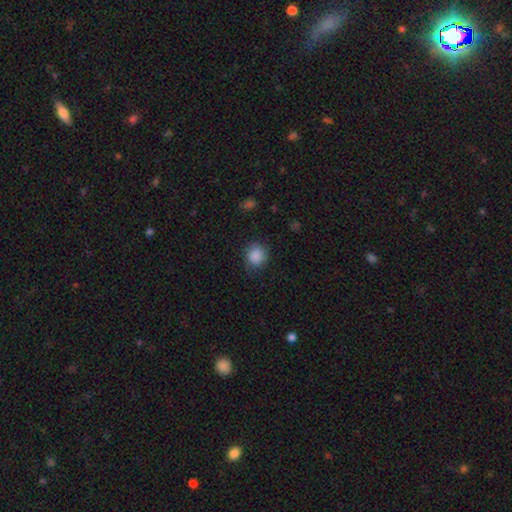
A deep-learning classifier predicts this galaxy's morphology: Smooth or featured?
  - smooth: 88% *
  - star or artifact: 9%
  - featured or disk: 4%
How rounded?
  - round: 83% *
  - in between: 17%
  - cigar-shaped: 1%
Merging?
  - none: 80% *
  - minor disturbance: 15%
  - major disturbance: 4%
  - merger: 1%